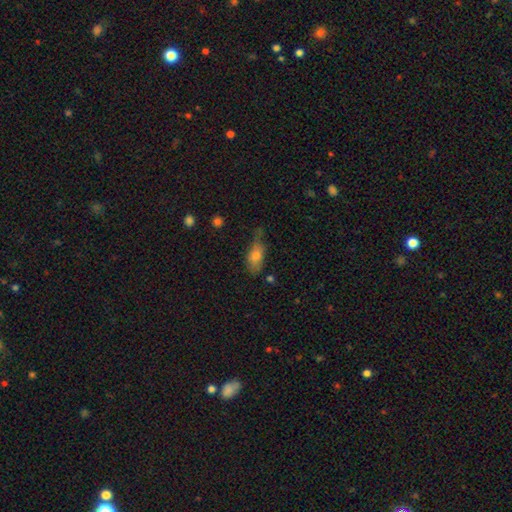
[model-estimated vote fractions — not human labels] smooth 71%, featured or disk 20%, star or artifact 9%. Down the decision tree: how rounded — in between (82%); merging — none (47%).